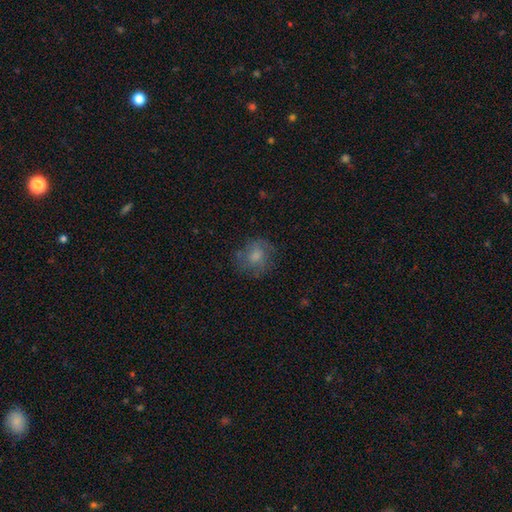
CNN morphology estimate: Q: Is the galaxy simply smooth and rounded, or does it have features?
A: smooth — 65%.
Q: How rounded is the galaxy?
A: round — 73%.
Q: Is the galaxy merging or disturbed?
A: none — 67%.